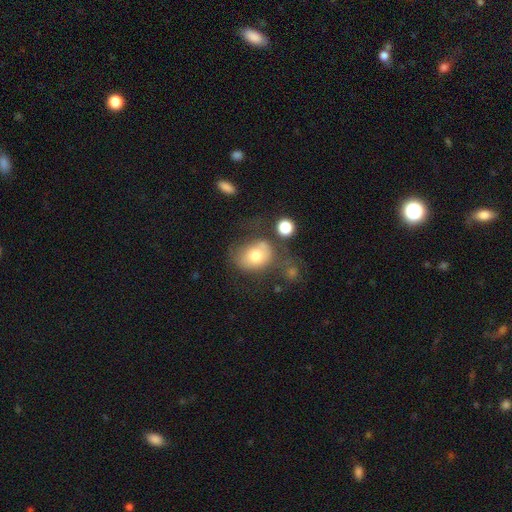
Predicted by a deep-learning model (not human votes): This appears to be a smooth galaxy with no disk features (71%) that is in between round and cigar-shaped (55%). Merging: none (40%).